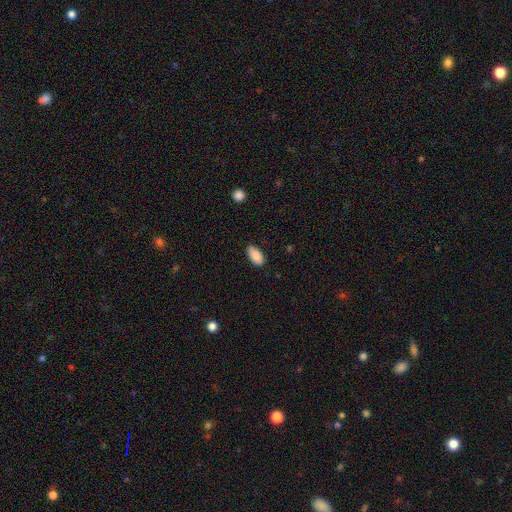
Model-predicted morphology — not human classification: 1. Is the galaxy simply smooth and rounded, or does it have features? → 89% smooth, 7% star or artifact, 4% featured or disk.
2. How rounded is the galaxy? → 93% in between, 4% cigar-shaped, 2% round.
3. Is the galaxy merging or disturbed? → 83% none, 13% minor disturbance, 2% major disturbance, 1% merger.